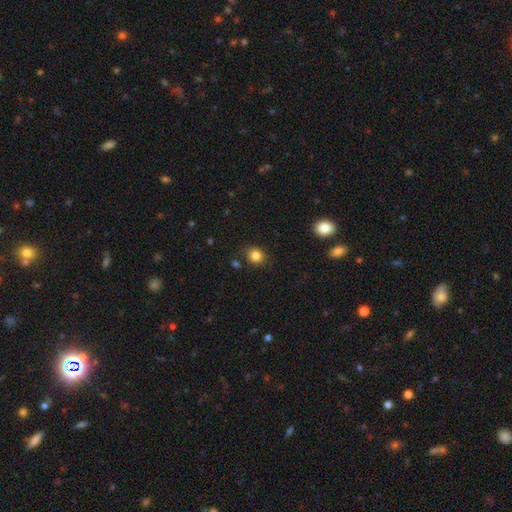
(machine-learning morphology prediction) smooth-or-featured: smooth: 84% | star or artifact: 11% | featured or disk: 5%
  how-rounded: round: 77% | in between: 22% | cigar-shaped: 1%
  merging: none: 85% | minor disturbance: 10% | merger: 3% | major disturbance: 2%